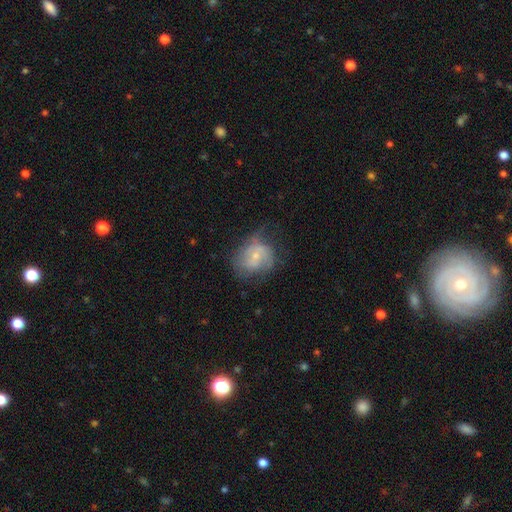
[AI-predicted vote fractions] smooth-or-featured: featured or disk: 53% | smooth: 38% | star or artifact: 9%
  disk-edge-on: no: 97% | yes: 3%
    bar: no: 71% | weak: 25% | strong: 4%
    has-spiral-arms: yes: 65% | no: 35%
    bulge-size: small: 64% | moderate: 29% | none: 4% | large: 2% | dominant: 1%
  merging: none: 43% | minor disturbance: 30% | major disturbance: 24% | merger: 3%